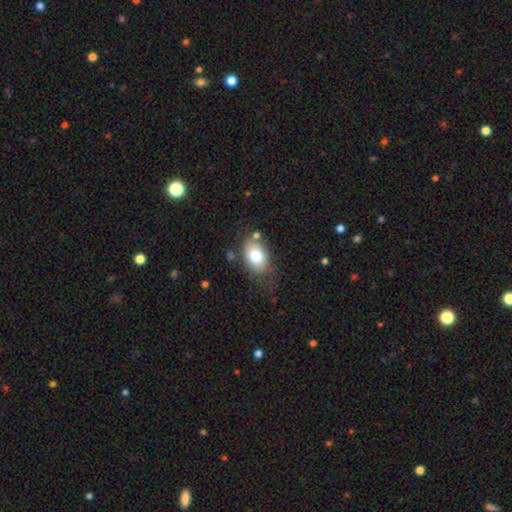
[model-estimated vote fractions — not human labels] This appears to be a smooth galaxy with no disk features (75%) that is in between round and cigar-shaped (82%). Merging: none (66%).